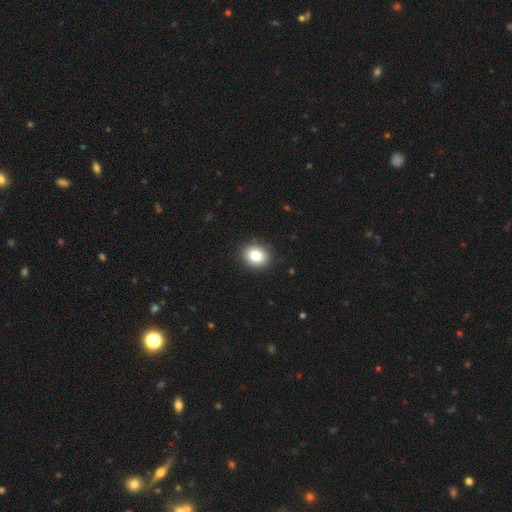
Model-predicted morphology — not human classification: A smooth galaxy with no disk features (83%) that is round (62%). Merging: none (90%).